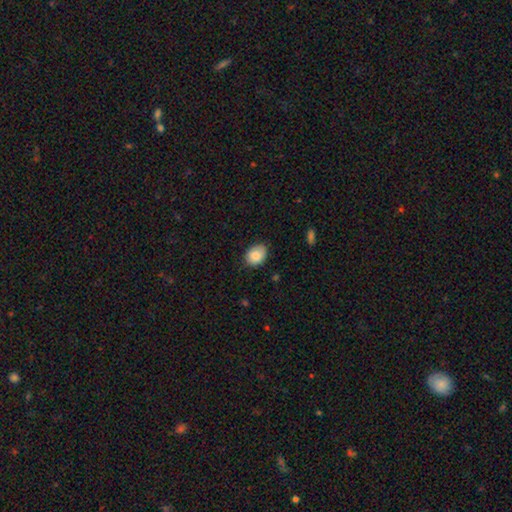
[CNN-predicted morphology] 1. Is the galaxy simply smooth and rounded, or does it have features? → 84% smooth, 8% featured or disk, 8% star or artifact.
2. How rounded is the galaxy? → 67% in between, 32% round, 1% cigar-shaped.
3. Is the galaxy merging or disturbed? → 78% none, 19% minor disturbance, 3% major disturbance, 1% merger.